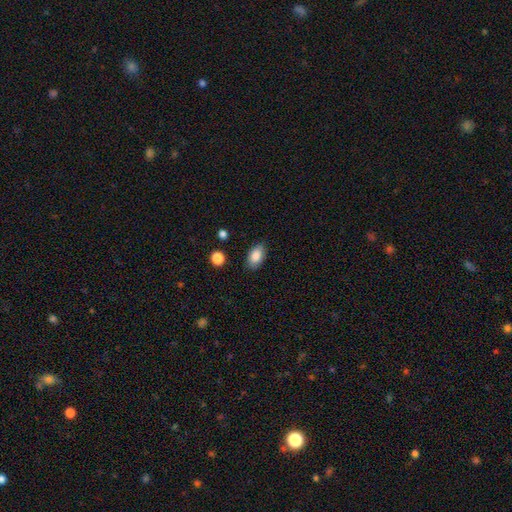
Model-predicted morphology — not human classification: Smooth or featured: smooth — 86% (star or artifact — 7%)
How rounded: in between — 91% (round — 7%)
Merging: none — 84% (minor disturbance — 11%)